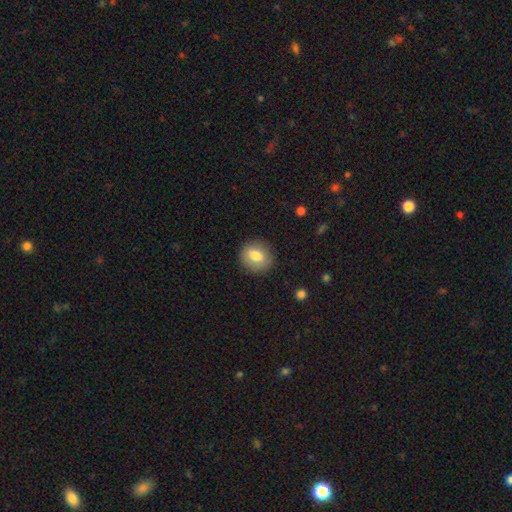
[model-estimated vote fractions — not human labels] Smooth or featured: smooth — 77% (featured or disk — 15%)
How rounded: round — 73% (in between — 26%)
Merging: none — 86% (minor disturbance — 10%)